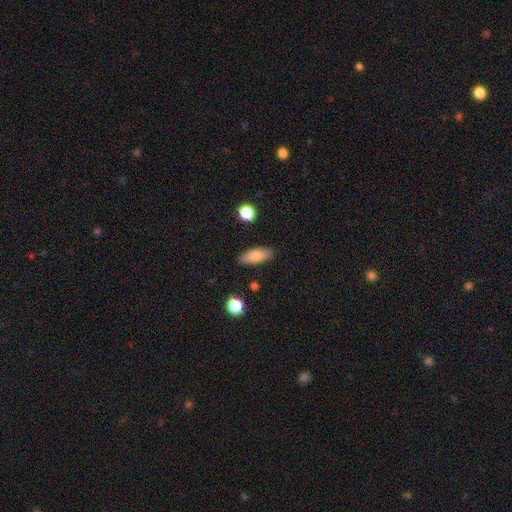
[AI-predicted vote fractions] smooth-or-featured: smooth: 80% | featured or disk: 13% | star or artifact: 7%
  how-rounded: in between: 79% | cigar-shaped: 18% | round: 3%
  merging: none: 87% | minor disturbance: 9% | major disturbance: 2% | merger: 2%